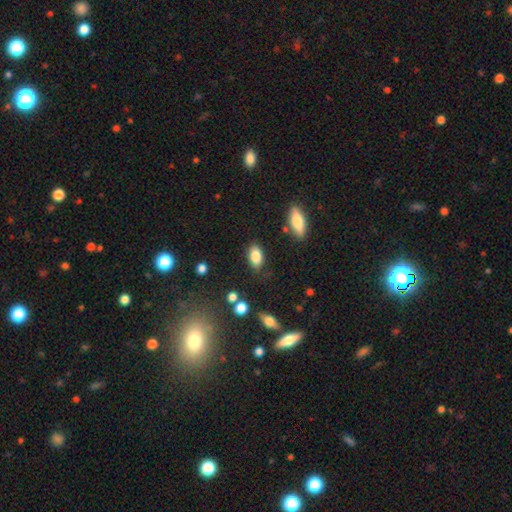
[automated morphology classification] type=smooth (85%); roundness=in between (91%); merging=none (82%).